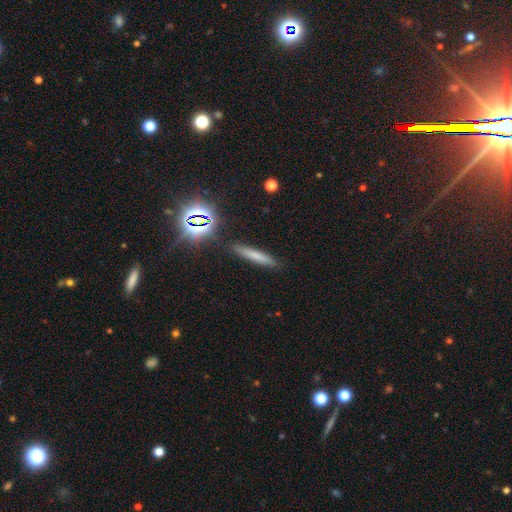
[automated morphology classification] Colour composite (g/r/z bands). It shows a smooth galaxy with no disk features (68%) that is cigar-shaped (92%). Merging: none (87%).